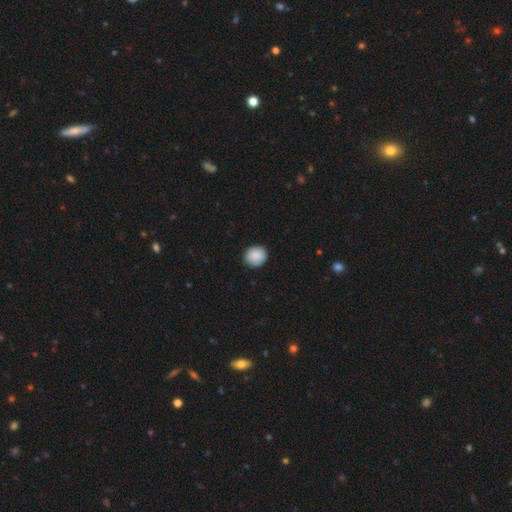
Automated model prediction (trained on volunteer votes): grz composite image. It shows a smooth galaxy with no disk features (89%) that is round (84%). Merging: none (89%).